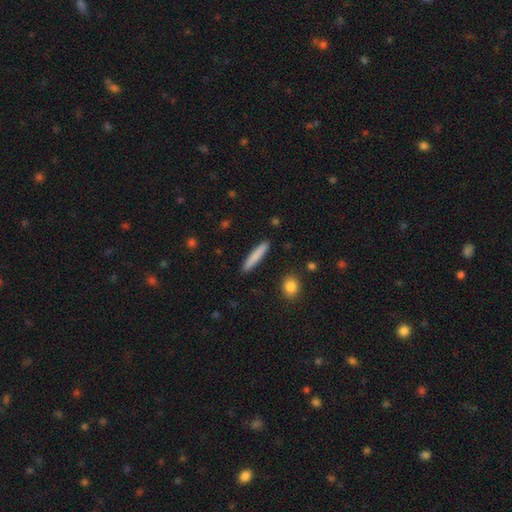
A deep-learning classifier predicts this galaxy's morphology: Smooth or featured? smooth (81%)
How rounded? cigar-shaped (92%)
Merging? none (90%)